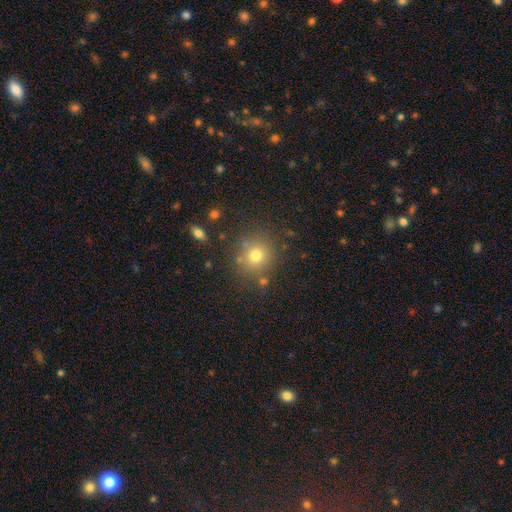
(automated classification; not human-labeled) Smooth or featured? Predicted: smooth (p=0.74). How rounded? Predicted: round (p=0.89). Merging? Predicted: none (p=0.81).